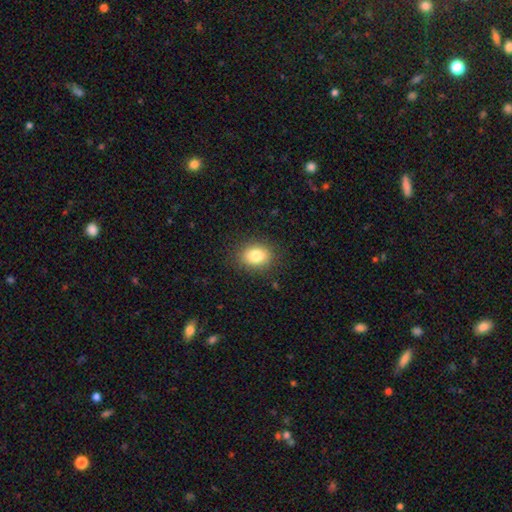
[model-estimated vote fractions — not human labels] smooth_or_featured: smooth (p=0.82) [alt: star or artifact p=0.10]
how_rounded: in between (p=0.56) [alt: round p=0.43]
merging: none (p=0.87) [alt: minor disturbance p=0.09]